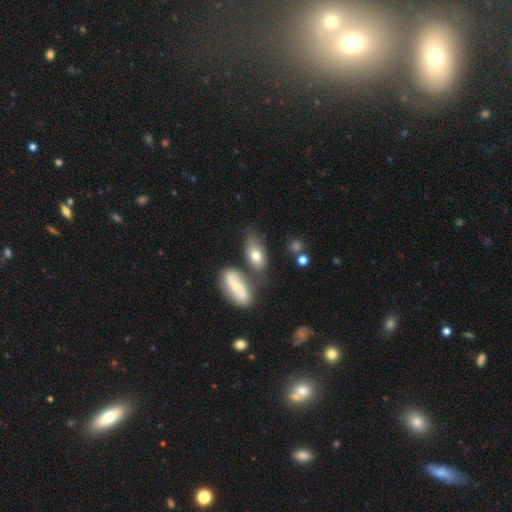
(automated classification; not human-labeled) Smooth or featured? smooth (68%)
How rounded? in between (88%)
Merging? none (57%)